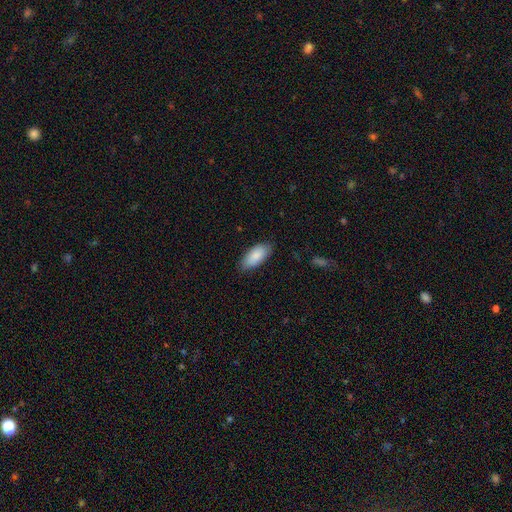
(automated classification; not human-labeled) A smooth galaxy with no disk features (86%) that is in between round and cigar-shaped (89%).

Vote fractions:
- Smooth or featured? smooth: 86% / featured or disk: 8% / star or artifact: 6%
- How rounded? in between: 89% / cigar-shaped: 10% / round: 2%
- Merging? none: 81% / minor disturbance: 16% / major disturbance: 3% / merger: 1%